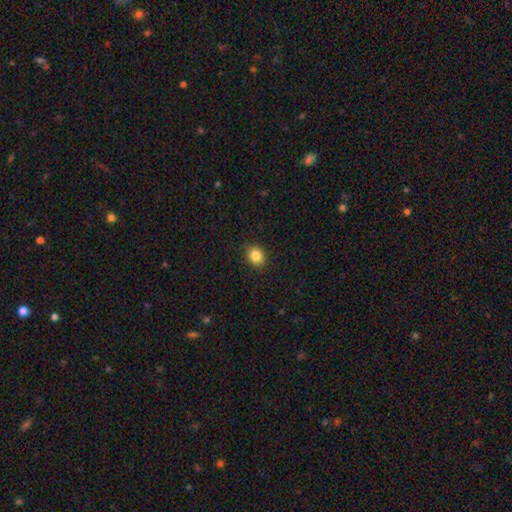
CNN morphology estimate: smooth_or_featured: smooth (p=0.84) [alt: star or artifact p=0.11]
how_rounded: round (p=0.63) [alt: in between p=0.36]
merging: none (p=0.90) [alt: minor disturbance p=0.07]